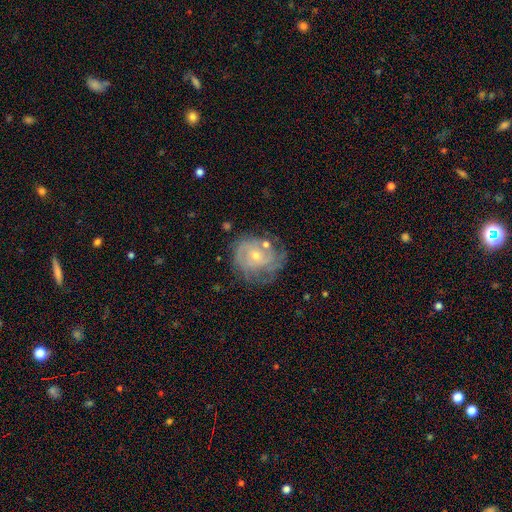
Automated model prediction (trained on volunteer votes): Overall: featured or disk (74%). Edge-on disk: no (97%). Bar: no (74%). Spiral arms: yes (84%). Spiral arm count: can't tell (46%; 2 21%). Spiral winding: tight (63%; medium 27%). Bulge size: small (62%; moderate 34%). Merging: none (60%; minor disturbance 23%).